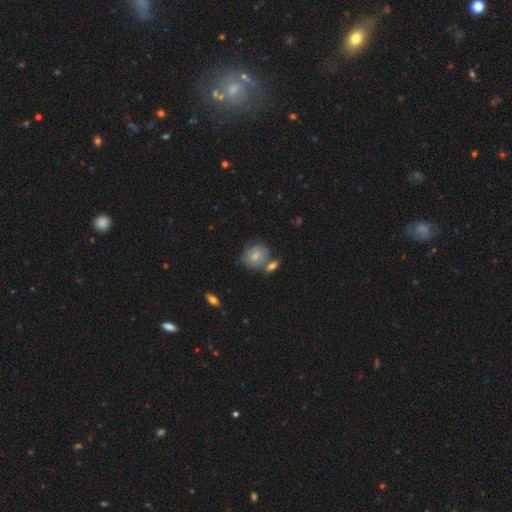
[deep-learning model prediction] smooth 54%, featured or disk 39%, star or artifact 8%. Down the decision tree: how rounded — round (62%); merging — none (53%).